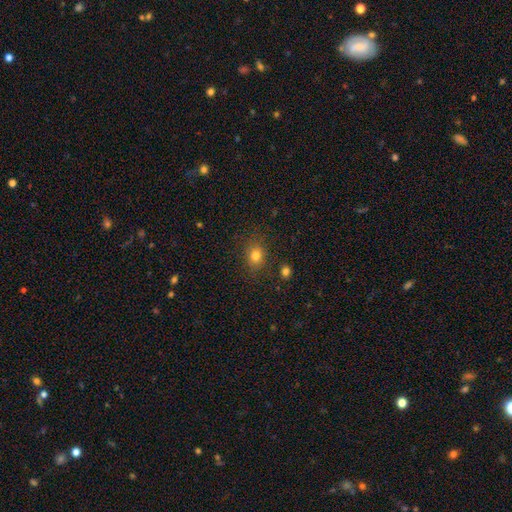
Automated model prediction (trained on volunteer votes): The model was most divided on "how rounded": round: 58%, in between: 41%, cigar-shaped: 1%. More confident: merging — none (82%); smooth or featured — smooth (79%).